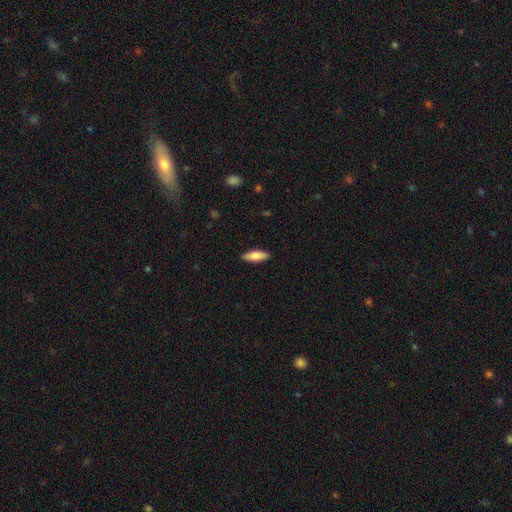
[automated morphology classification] The model was most divided on "how rounded": in between: 55%, cigar-shaped: 44%, round: 2%. More confident: merging — none (89%); smooth or featured — smooth (82%).